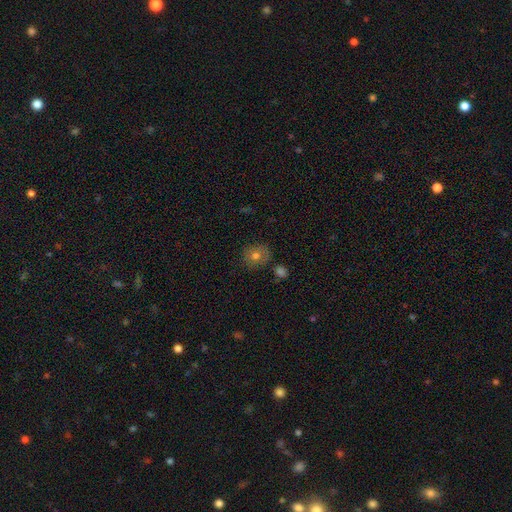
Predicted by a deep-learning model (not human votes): smooth_or_featured: smooth (p=0.71) [alt: featured or disk p=0.17]
how_rounded: round (p=0.78) [alt: in between p=0.21]
merging: none (p=0.76) [alt: minor disturbance p=0.15]